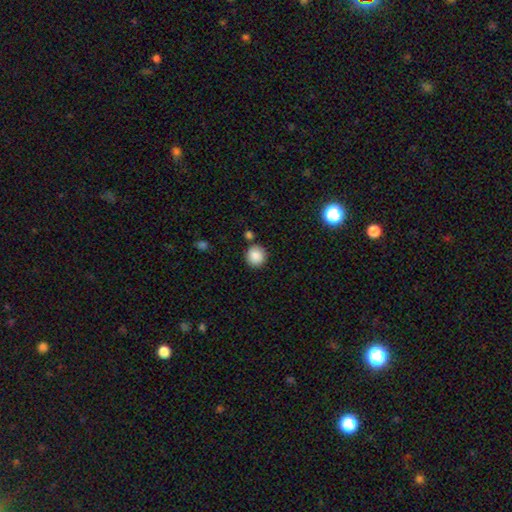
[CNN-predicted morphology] A smooth galaxy with no disk features (87%) that is round (93%). Merging: none (84%).